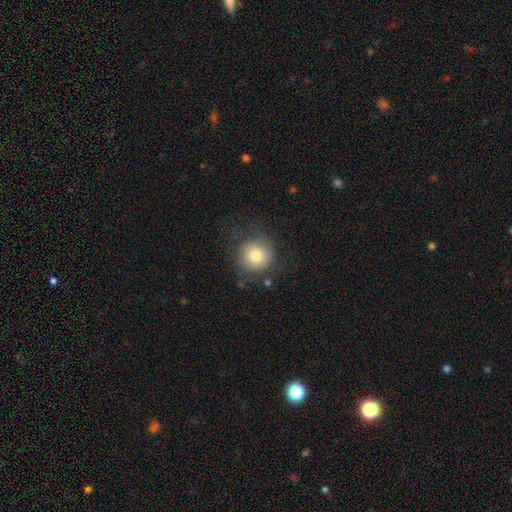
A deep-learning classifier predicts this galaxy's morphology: Smooth or featured?
  - smooth: 76% *
  - featured or disk: 14%
  - star or artifact: 10%
How rounded?
  - round: 93% *
  - in between: 6%
  - cigar-shaped: 1%
Merging?
  - none: 73% *
  - minor disturbance: 16%
  - major disturbance: 9%
  - merger: 2%